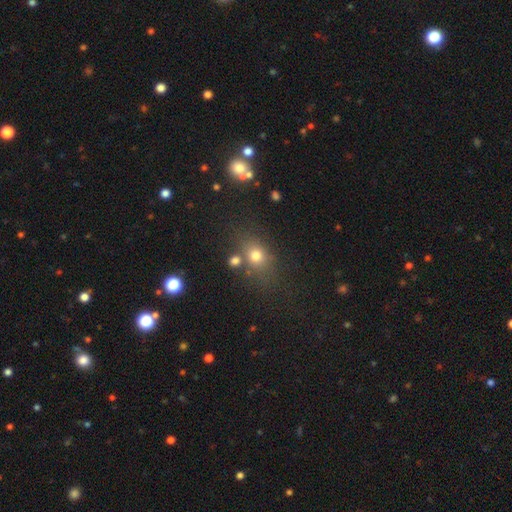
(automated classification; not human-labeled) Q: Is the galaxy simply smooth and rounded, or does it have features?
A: smooth — 72%.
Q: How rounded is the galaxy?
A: round — 52%.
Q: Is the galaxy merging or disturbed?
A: none — 65%.